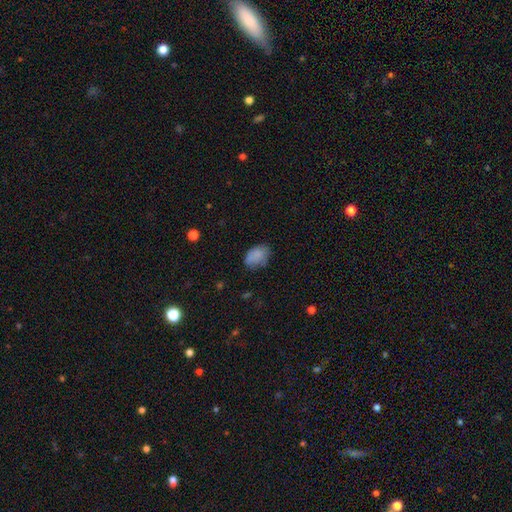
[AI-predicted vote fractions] Smooth or featured? Predicted: smooth (p=0.82). How rounded? Predicted: in between (p=0.84). Merging? Predicted: none (p=0.63).